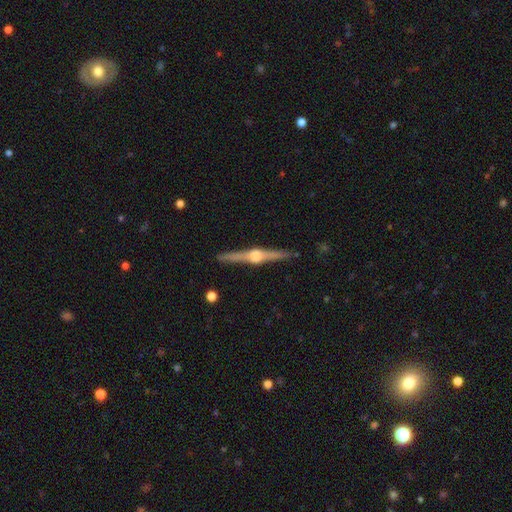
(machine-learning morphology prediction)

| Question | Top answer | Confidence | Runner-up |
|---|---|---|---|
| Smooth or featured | featured or disk | 85% | smooth (10%) |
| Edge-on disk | yes | 98% | no (2%) |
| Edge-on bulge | rounded | 88% | boxy (9%) |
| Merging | none | 90% | minor disturbance (7%) |